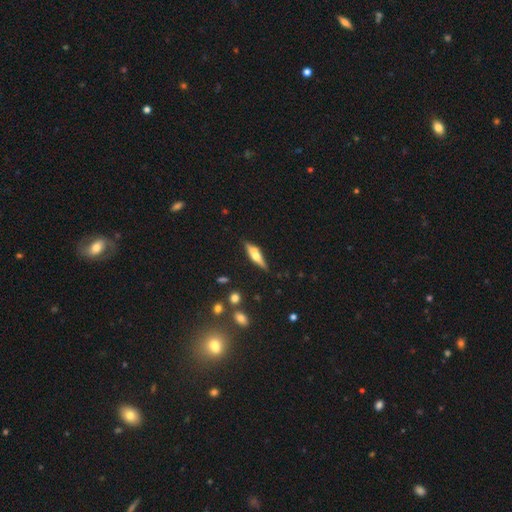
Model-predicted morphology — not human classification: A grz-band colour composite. It shows a featured or disk galaxy (53%) viewed edge-on (92%). Merging: none (80%).